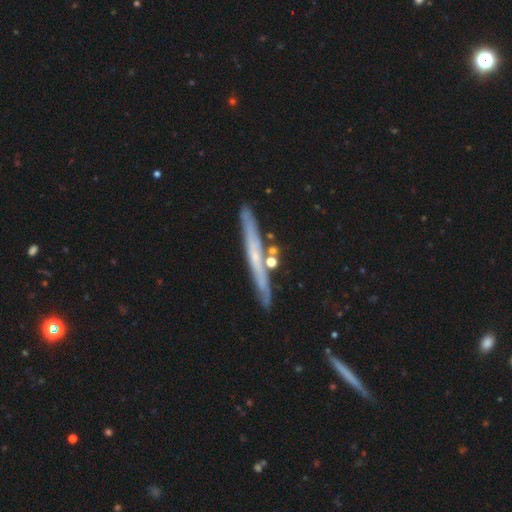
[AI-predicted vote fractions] Smooth or featured? Predicted: featured or disk (p=0.60). Edge-on disk? Predicted: yes (p=0.92). Edge-on bulge? Predicted: none (p=0.71). Merging? Predicted: none (p=0.82).